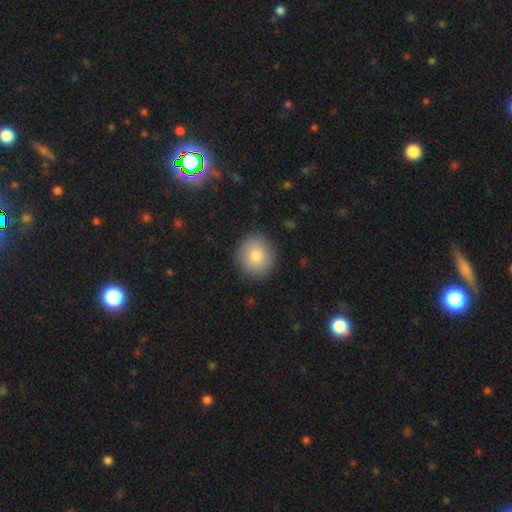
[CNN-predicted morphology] This is clearly a smooth galaxy (83%). How rounded: clearly round (84%). Merging: clearly none (90%).